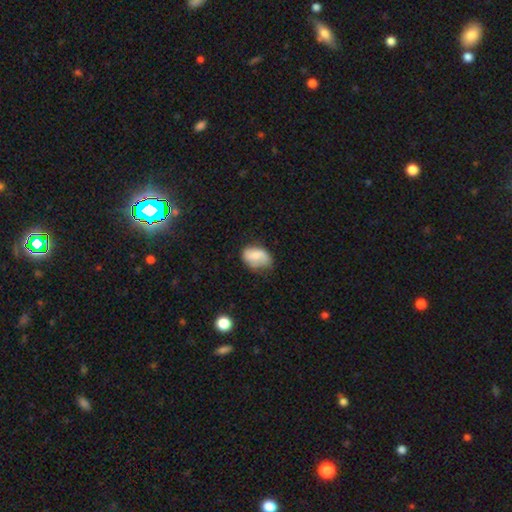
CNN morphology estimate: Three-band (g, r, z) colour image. It shows a smooth galaxy with no disk features (61%) that is in between round and cigar-shaped (82%). Merging: none (49%).